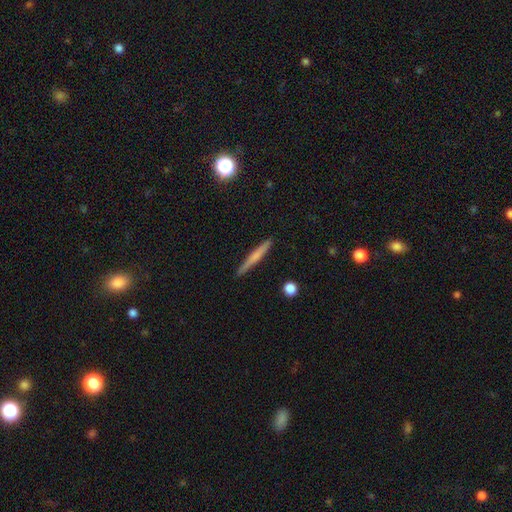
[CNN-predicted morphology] A smooth galaxy with no disk features (54%) that is cigar-shaped (95%).

Vote fractions:
- Smooth or featured? smooth: 54% / featured or disk: 39% / star or artifact: 6%
- How rounded? cigar-shaped: 95% / in between: 3% / round: 2%
- Merging? none: 90% / minor disturbance: 7% / major disturbance: 1% / merger: 1%